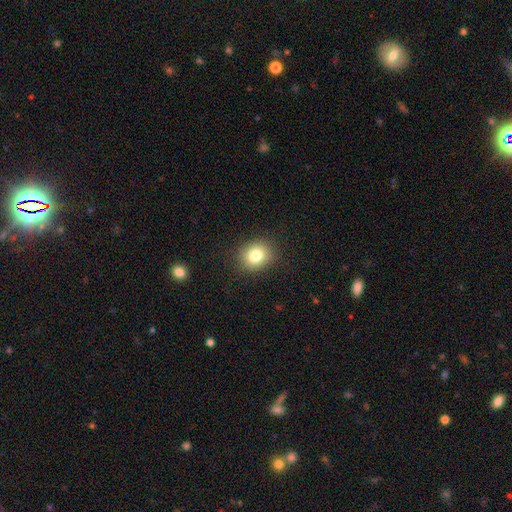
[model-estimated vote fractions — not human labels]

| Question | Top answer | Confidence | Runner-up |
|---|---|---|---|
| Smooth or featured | smooth | 82% | star or artifact (10%) |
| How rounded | round | 67% | in between (32%) |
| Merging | none | 89% | minor disturbance (8%) |